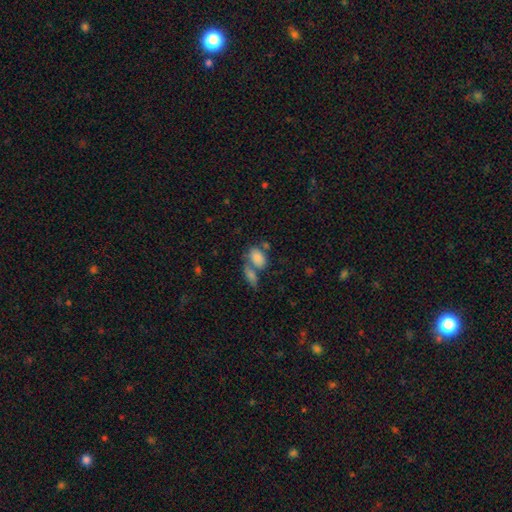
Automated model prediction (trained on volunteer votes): Overall: smooth (51%; star or artifact 25%). How rounded: in between (67%). Merging: merger (42%; none 37%).